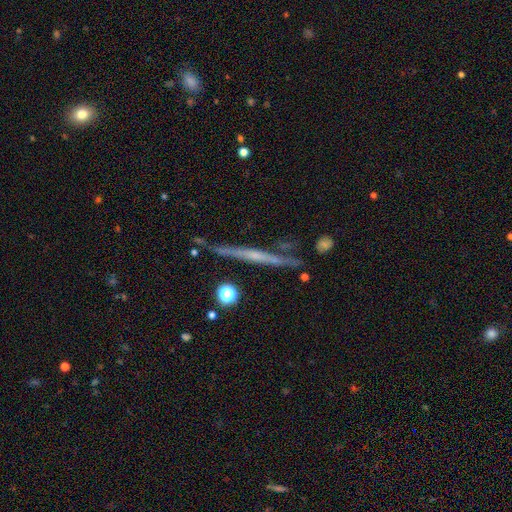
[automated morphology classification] Smooth or featured? featured or disk (71%)
Edge-on disk? yes (97%)
Edge-on bulge? none (55%)
Merging? none (82%)